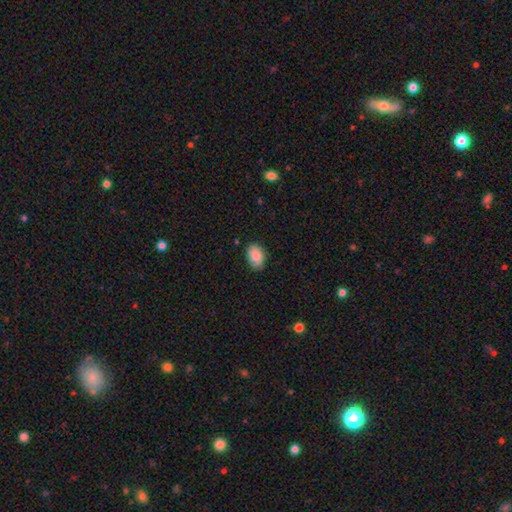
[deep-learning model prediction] Overall: smooth (87%). How rounded: in between (89%). Merging: none (83%).